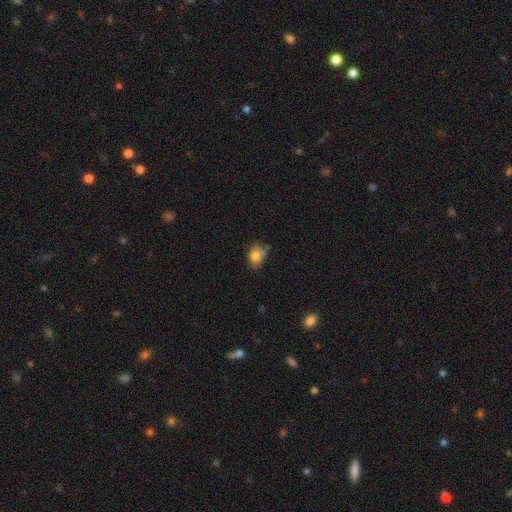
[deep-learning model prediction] Overall: smooth (80%). How rounded: in between (56%; round 42%). Merging: none (61%; minor disturbance 23%).